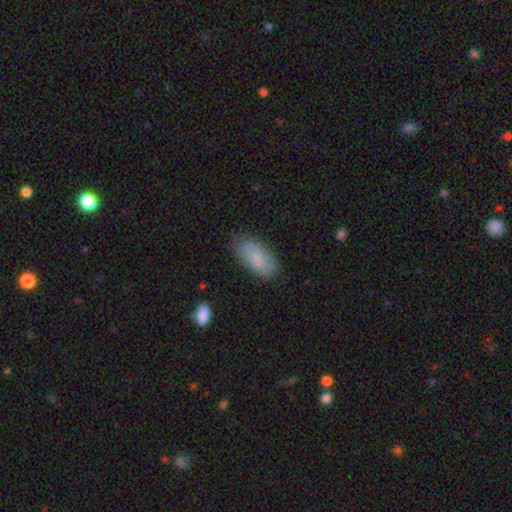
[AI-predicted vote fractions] This is likely a smooth galaxy (79%). How rounded: clearly in between (91%). Merging: likely none (78%).